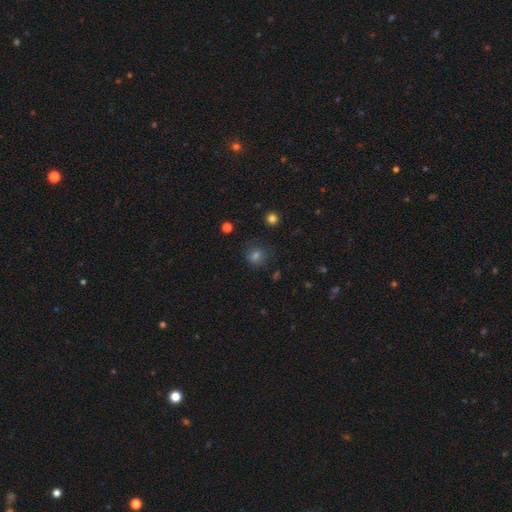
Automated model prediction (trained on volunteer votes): Smooth or featured? Predicted: smooth (p=0.67). How rounded? Predicted: round (p=0.86). Merging? Predicted: none (p=0.80).